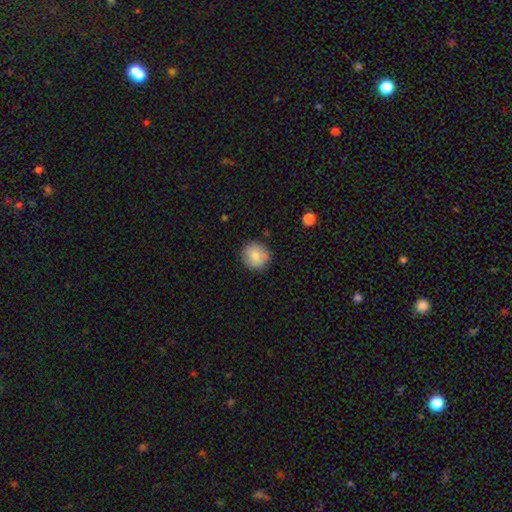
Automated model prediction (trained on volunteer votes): This is clearly a smooth galaxy (81%). How rounded: clearly round (90%). Merging: clearly none (84%).